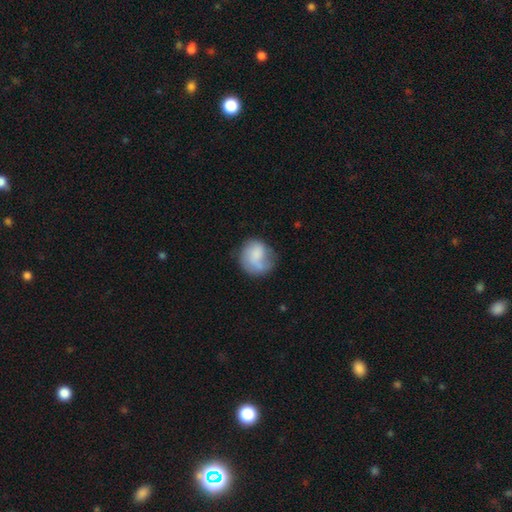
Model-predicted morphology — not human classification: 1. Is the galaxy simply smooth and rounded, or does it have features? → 66% smooth, 27% featured or disk, 7% star or artifact.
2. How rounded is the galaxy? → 75% round, 24% in between, 1% cigar-shaped.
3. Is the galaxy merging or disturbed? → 45% none, 28% minor disturbance, 22% major disturbance, 5% merger.